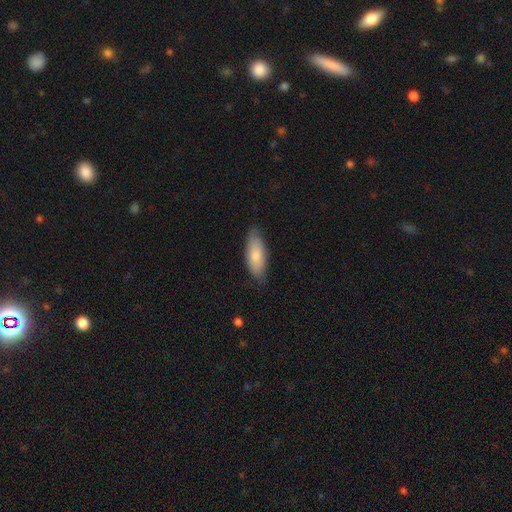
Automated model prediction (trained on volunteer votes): smooth-or-featured: smooth: 76% | featured or disk: 18% | star or artifact: 5%
  how-rounded: in between: 72% | cigar-shaped: 26% | round: 2%
  merging: none: 76% | minor disturbance: 19% | major disturbance: 3% | merger: 1%